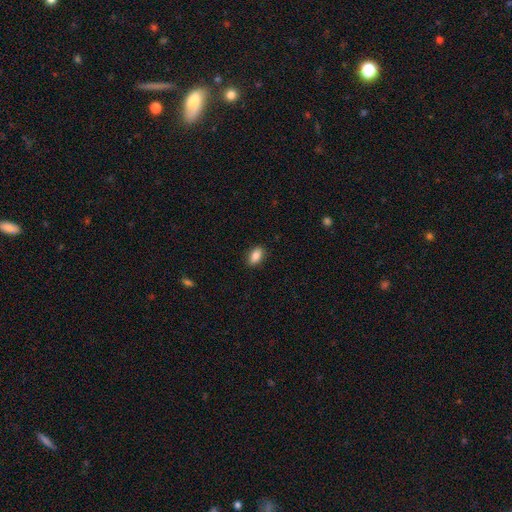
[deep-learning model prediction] This appears to be a smooth galaxy with no disk features (87%) that is in between round and cigar-shaped (91%). Merging: none (88%).